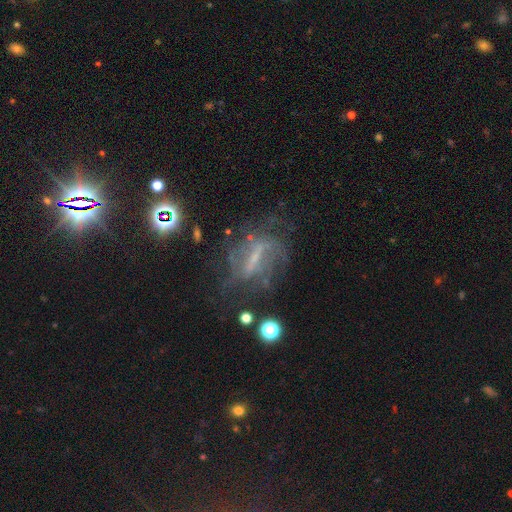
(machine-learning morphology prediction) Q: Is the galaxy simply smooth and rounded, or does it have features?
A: featured or disk — 67%.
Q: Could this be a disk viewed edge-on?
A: no — 87%.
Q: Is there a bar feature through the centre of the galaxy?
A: strong — 46%.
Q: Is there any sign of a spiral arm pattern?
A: yes — 64%.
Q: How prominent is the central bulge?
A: small — 44%.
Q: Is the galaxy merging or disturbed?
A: none — 55%.